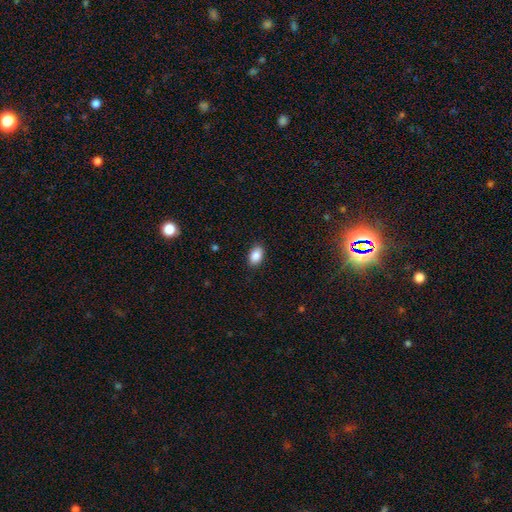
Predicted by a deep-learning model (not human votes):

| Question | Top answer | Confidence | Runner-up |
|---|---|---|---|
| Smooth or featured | smooth | 87% | star or artifact (8%) |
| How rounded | in between | 89% | round (9%) |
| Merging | none | 88% | minor disturbance (9%) |